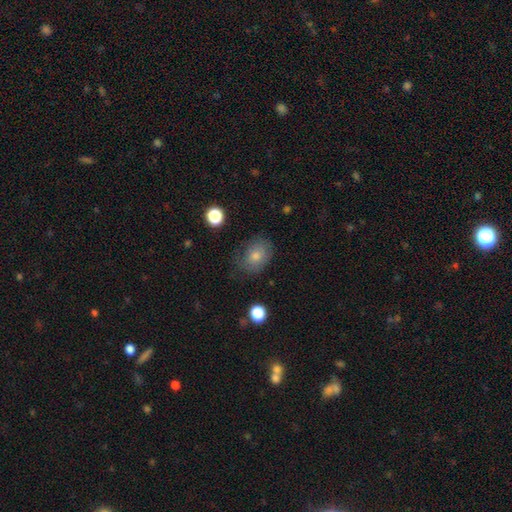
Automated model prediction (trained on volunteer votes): Smooth or featured? Predicted: smooth (p=0.65). How rounded? Predicted: in between (p=0.61). Merging? Predicted: none (p=0.72).